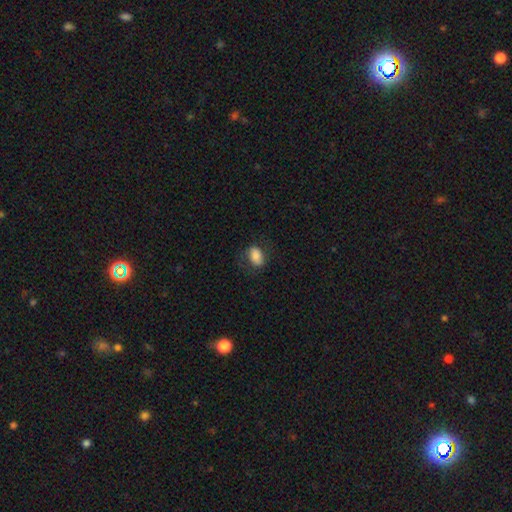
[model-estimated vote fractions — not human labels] Morphology: type=smooth (80%); roundness=in between (82%); merging=none (70%).